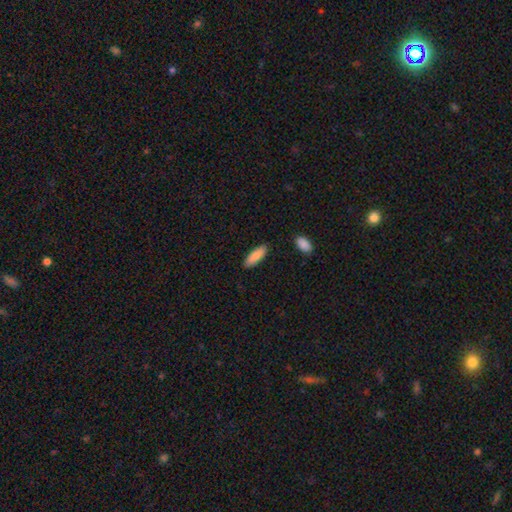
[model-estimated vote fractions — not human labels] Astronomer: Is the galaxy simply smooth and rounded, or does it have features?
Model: smooth — 86%.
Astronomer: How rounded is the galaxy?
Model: in between — 64%.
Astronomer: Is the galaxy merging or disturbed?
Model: none — 87%.